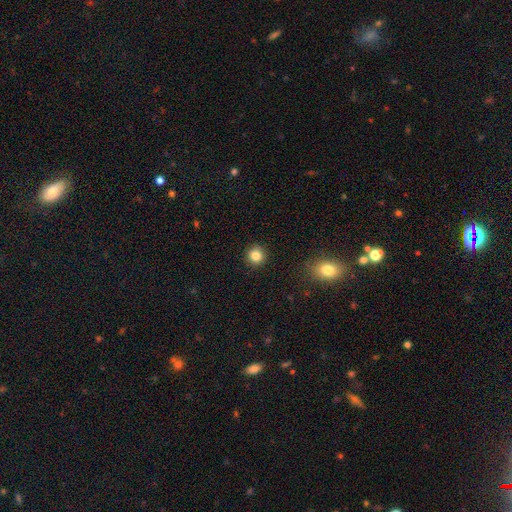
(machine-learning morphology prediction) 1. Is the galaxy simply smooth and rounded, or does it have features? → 83% smooth, 11% star or artifact, 5% featured or disk.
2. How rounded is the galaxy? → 91% round, 8% in between, 1% cigar-shaped.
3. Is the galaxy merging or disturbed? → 91% none, 6% minor disturbance, 2% major disturbance, 1% merger.